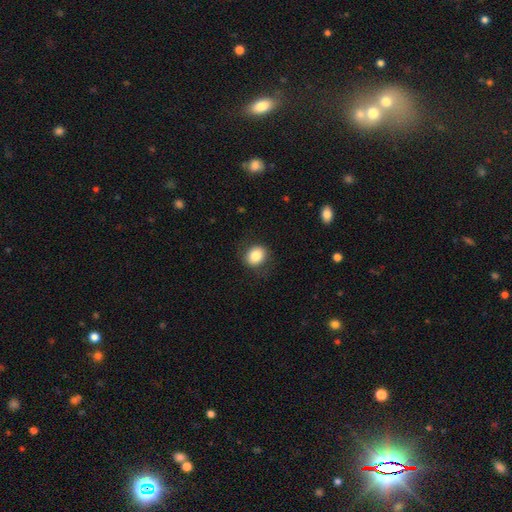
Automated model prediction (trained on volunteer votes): A smooth galaxy with no disk features (83%) that is round (60%). Merging: none (83%).